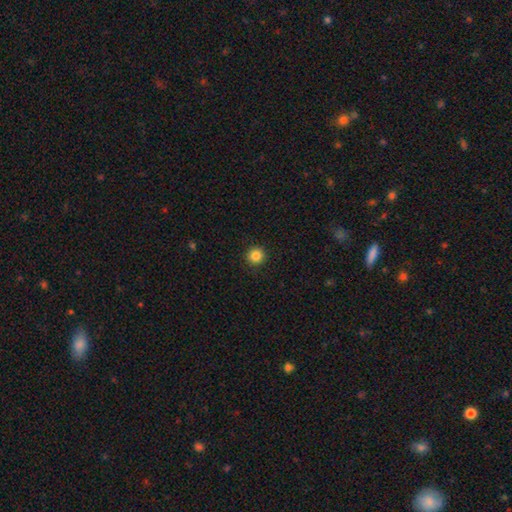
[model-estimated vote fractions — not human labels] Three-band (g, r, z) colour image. It shows a smooth galaxy with no disk features (85%) that is round (95%). Merging: none (93%).